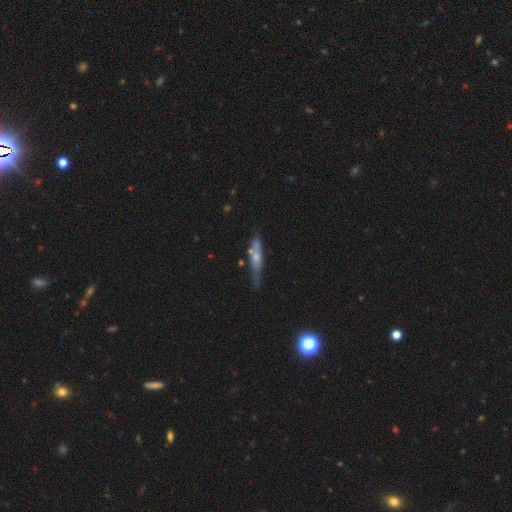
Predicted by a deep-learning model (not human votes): Q: Smooth or featured?
A: featured or disk (50%); runner-up: smooth (43%)
Q: Merging?
A: none (63%); runner-up: minor disturbance (22%)